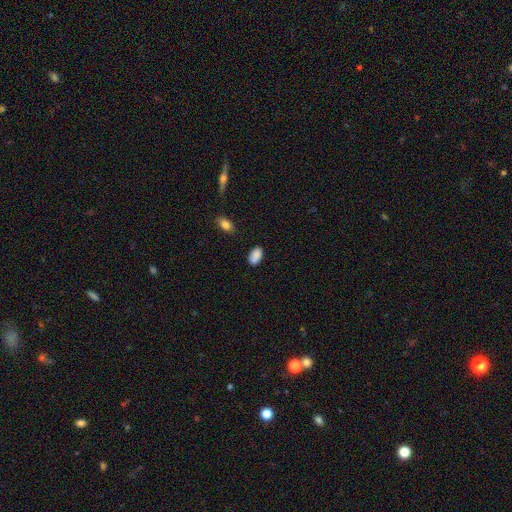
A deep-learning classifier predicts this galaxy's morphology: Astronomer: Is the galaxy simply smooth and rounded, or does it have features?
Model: smooth — 87%.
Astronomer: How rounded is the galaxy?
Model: in between — 93%.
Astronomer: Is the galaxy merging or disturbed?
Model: none — 76%.